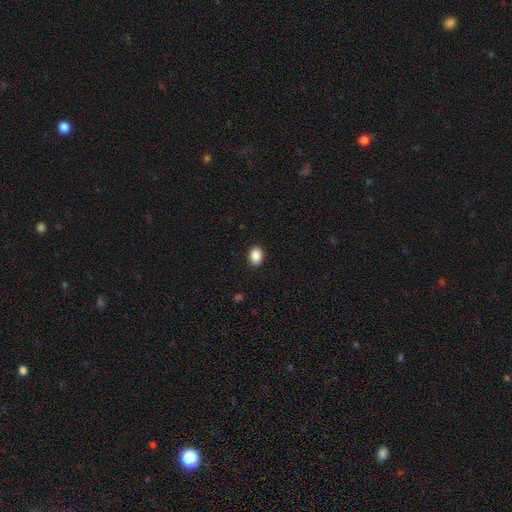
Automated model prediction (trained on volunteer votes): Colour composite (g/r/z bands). It shows a smooth galaxy with no disk features (89%) that is in between round and cigar-shaped (73%). Merging: none (91%).